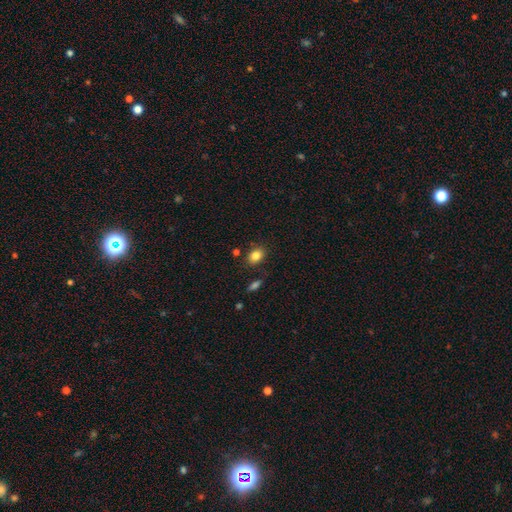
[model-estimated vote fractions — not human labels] Overall: smooth (84%). How rounded: in between (71%). Merging: none (81%).